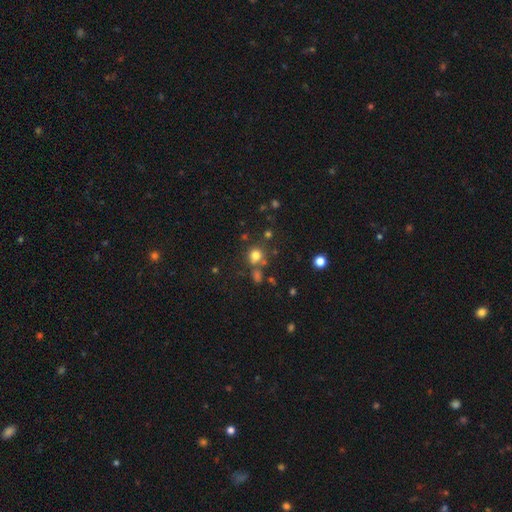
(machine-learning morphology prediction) A smooth galaxy with no disk features (75%) that is round (85%).

Vote fractions:
- Smooth or featured? smooth: 75% / star or artifact: 17% / featured or disk: 8%
- How rounded? round: 85% / in between: 14% / cigar-shaped: 1%
- Merging? none: 65% / merger: 18% / minor disturbance: 12% / major disturbance: 5%